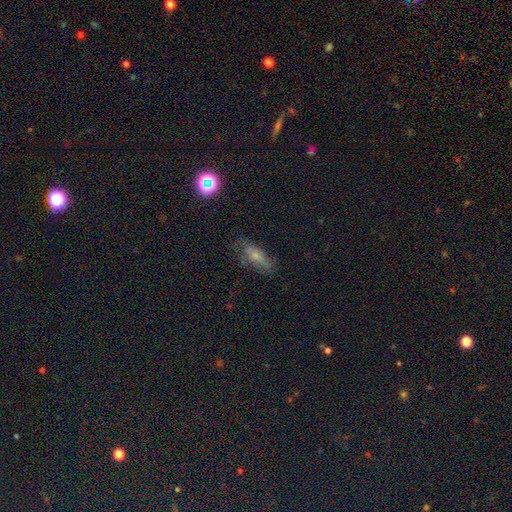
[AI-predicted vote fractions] smooth_or_featured: smooth (p=0.57) [alt: featured or disk p=0.28]
how_rounded: in between (p=0.70) [alt: cigar-shaped p=0.25]
merging: none (p=0.59) [alt: minor disturbance p=0.27]